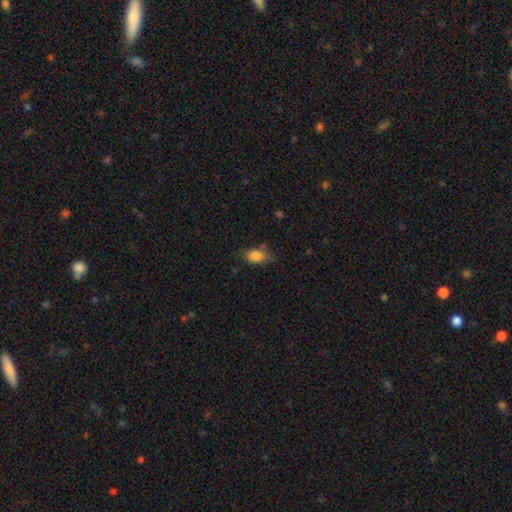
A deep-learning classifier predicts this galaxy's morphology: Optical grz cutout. It shows a smooth galaxy with no disk features (82%) that is in between round and cigar-shaped (80%). Merging: none (59%).